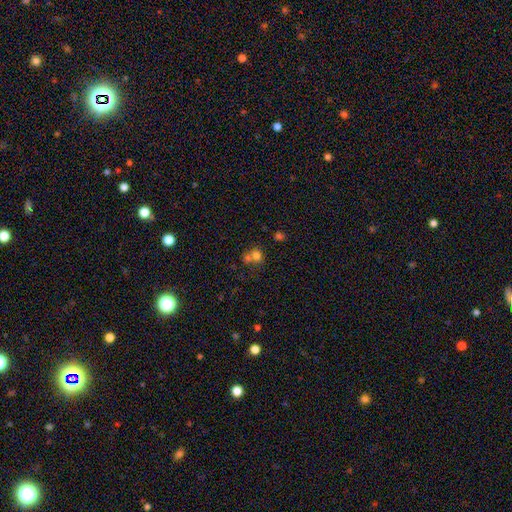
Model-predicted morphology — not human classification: Q: Smooth or featured?
A: smooth (71%); runner-up: star or artifact (15%)
Q: How rounded?
A: round (73%); runner-up: in between (26%)
Q: Merging?
A: merger (53%); runner-up: none (35%)